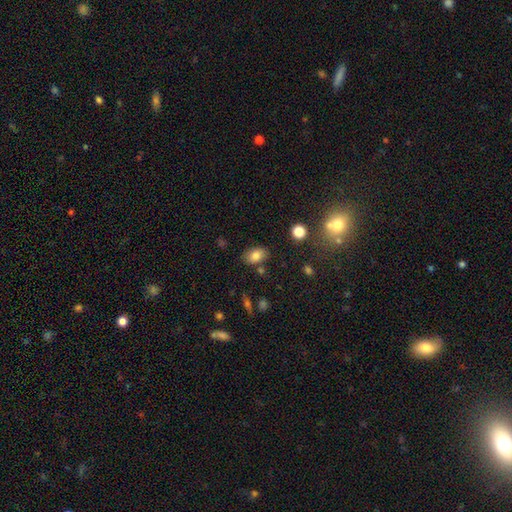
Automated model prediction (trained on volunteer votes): A smooth galaxy with no disk features (82%) that is in between round and cigar-shaped (87%). Merging: none (79%).